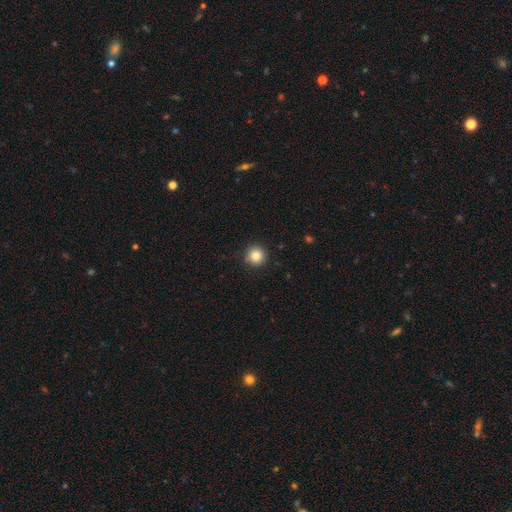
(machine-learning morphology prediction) A smooth galaxy with no disk features (84%) that is round (95%). Merging: none (91%).